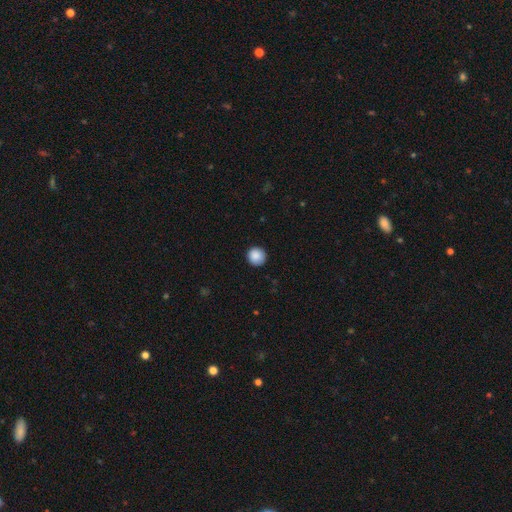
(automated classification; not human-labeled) The model was most divided on "smooth or featured": smooth: 89%, star or artifact: 9%, featured or disk: 3%. More confident: how rounded — round (95%); merging — none (91%).